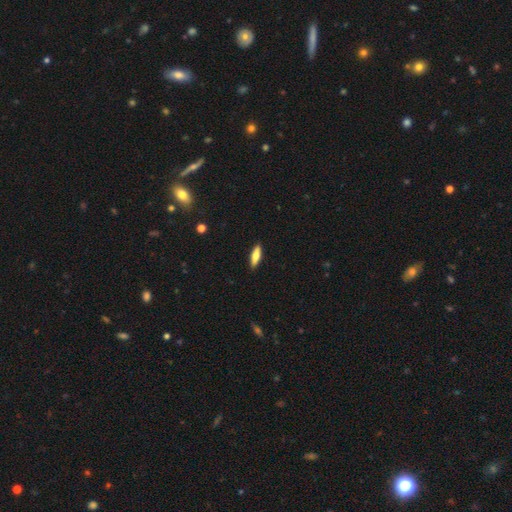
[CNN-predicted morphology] This appears to be a smooth galaxy with no disk features (67%) that is cigar-shaped (56%). Merging: none (90%).